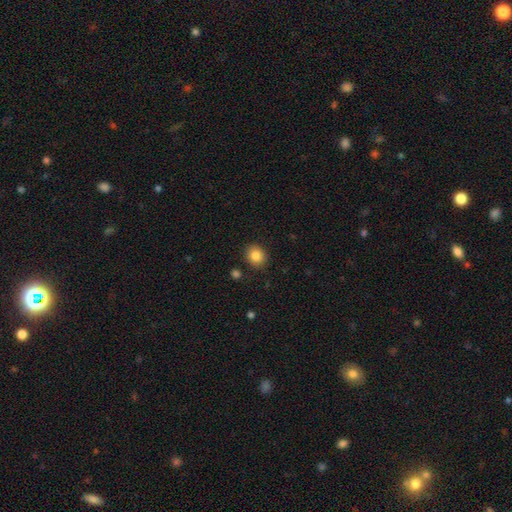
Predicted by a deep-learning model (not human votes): smooth_or_featured: smooth (p=0.84) [alt: star or artifact p=0.10]
how_rounded: round (p=0.74) [alt: in between p=0.25]
merging: none (p=0.89) [alt: minor disturbance p=0.07]